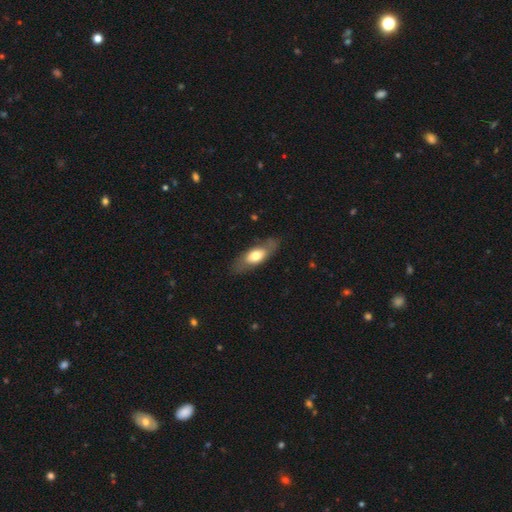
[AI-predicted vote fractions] Smooth or featured?
  - smooth: 60% *
  - featured or disk: 34%
  - star or artifact: 6%
How rounded?
  - in between: 75% *
  - cigar-shaped: 20%
  - round: 5%
Merging?
  - none: 76% *
  - minor disturbance: 17%
  - major disturbance: 6%
  - merger: 1%